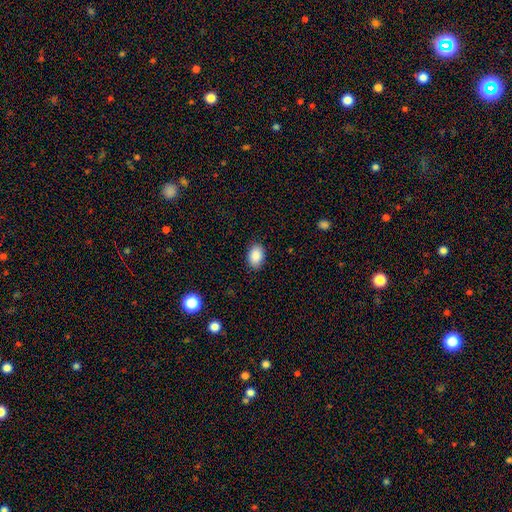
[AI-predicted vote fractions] Q: Smooth or featured?
A: smooth (89%); runner-up: star or artifact (7%)
Q: How rounded?
A: in between (85%); runner-up: round (14%)
Q: Merging?
A: none (87%); runner-up: minor disturbance (10%)